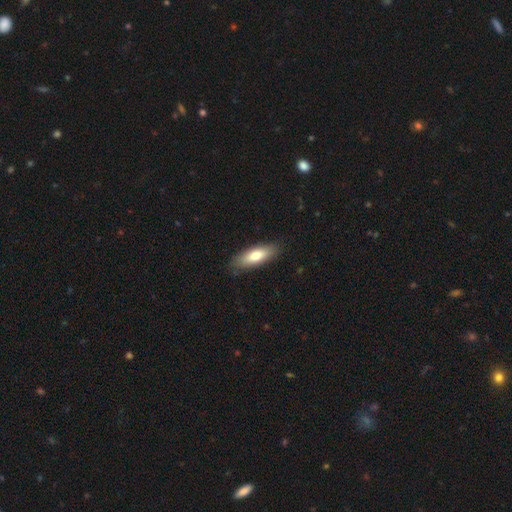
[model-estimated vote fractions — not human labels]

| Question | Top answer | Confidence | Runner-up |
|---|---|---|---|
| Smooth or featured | smooth | 74% | featured or disk (20%) |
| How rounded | in between | 61% | cigar-shaped (37%) |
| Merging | none | 85% | minor disturbance (11%) |